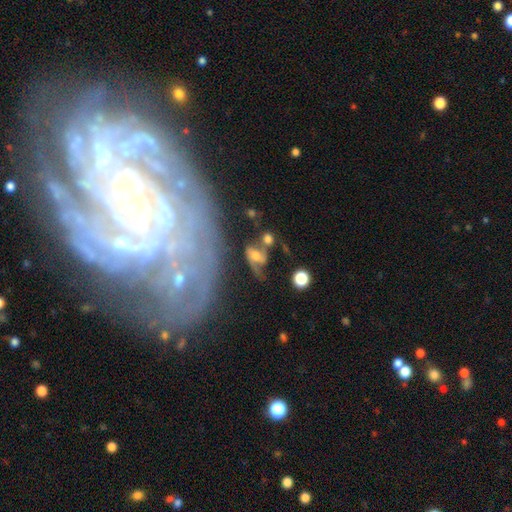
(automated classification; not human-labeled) Morphology: type=featured or disk (58%); edge-on=no (93%); bar=no (53%); spiral arms=yes (76%); bulge=moderate (52%); merging=none (33%).